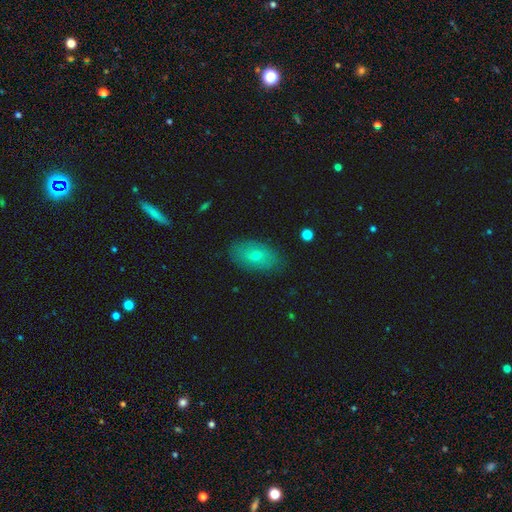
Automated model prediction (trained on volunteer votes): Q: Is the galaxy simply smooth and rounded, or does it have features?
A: smooth — 61%.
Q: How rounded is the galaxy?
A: in between — 89%.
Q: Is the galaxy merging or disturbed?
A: none — 83%.